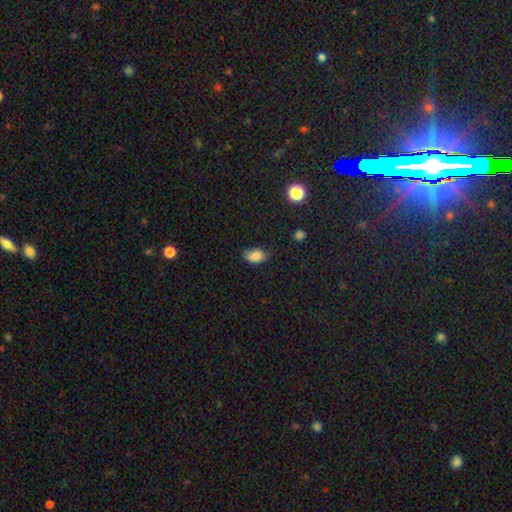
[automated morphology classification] A smooth galaxy with no disk features (79%) that is in between round and cigar-shaped (87%).

Vote fractions:
- Smooth or featured? smooth: 79% / featured or disk: 11% / star or artifact: 10%
- How rounded? in between: 87% / round: 11% / cigar-shaped: 2%
- Merging? none: 59% / minor disturbance: 33% / major disturbance: 7% / merger: 2%